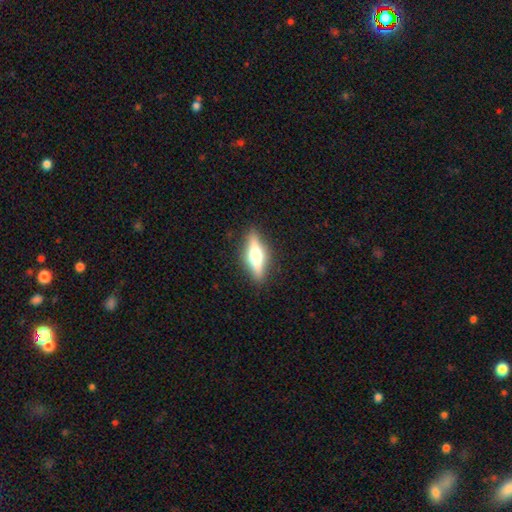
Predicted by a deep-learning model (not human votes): Morphology: type=featured or disk (59%); edge-on=yes (93%); edge-on bulge=rounded (94%); merging=none (88%).